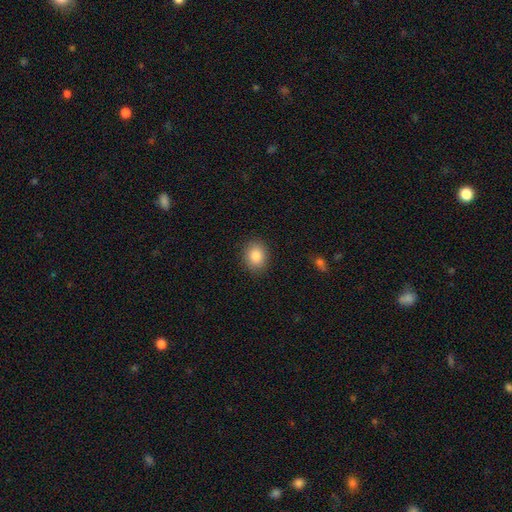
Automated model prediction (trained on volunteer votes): Overall: smooth (86%). How rounded: in between (52%; round 47%). Merging: none (88%).